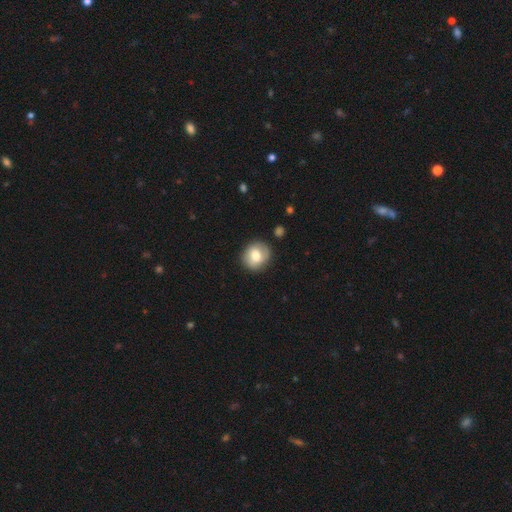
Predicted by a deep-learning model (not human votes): Q: Smooth or featured?
A: smooth (63%); runner-up: featured or disk (29%)
Q: How rounded?
A: round (77%); runner-up: in between (22%)
Q: Merging?
A: none (82%); runner-up: minor disturbance (13%)